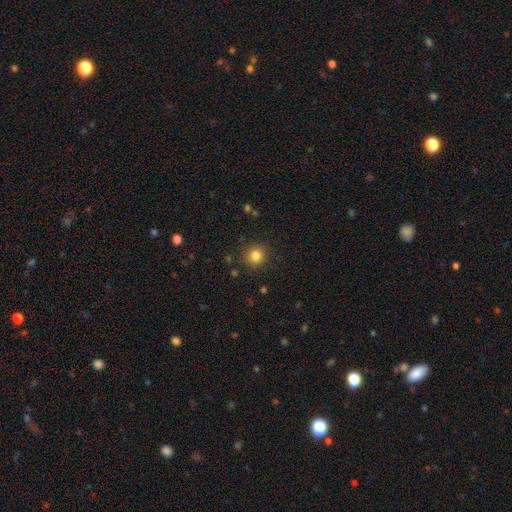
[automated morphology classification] smooth_or_featured: smooth (p=0.83) [alt: star or artifact p=0.12]
how_rounded: round (p=0.90) [alt: in between p=0.09]
merging: none (p=0.88) [alt: minor disturbance p=0.08]